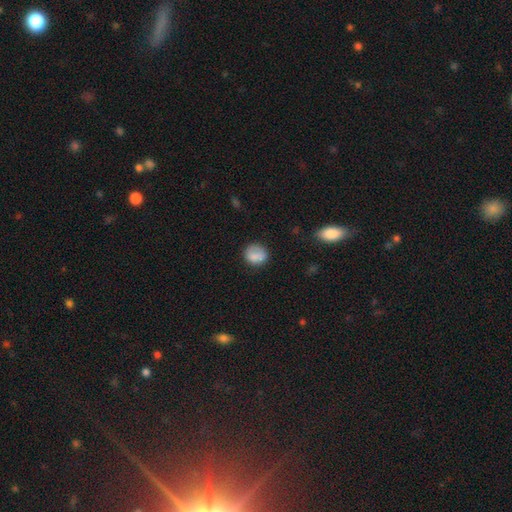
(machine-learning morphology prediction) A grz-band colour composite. It shows a smooth galaxy with no disk features (80%) that is round (75%). Merging: none (71%).